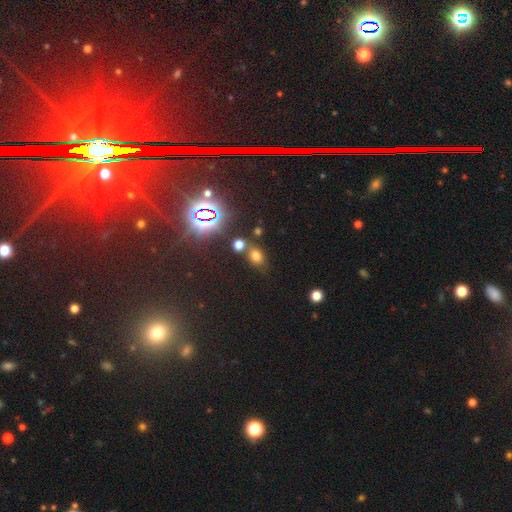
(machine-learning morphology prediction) Smooth or featured?
  - smooth: 62% *
  - star or artifact: 30%
  - featured or disk: 8%
How rounded?
  - in between: 59% *
  - round: 39%
  - cigar-shaped: 2%
Merging?
  - none: 68% *
  - merger: 16%
  - minor disturbance: 11%
  - major disturbance: 5%